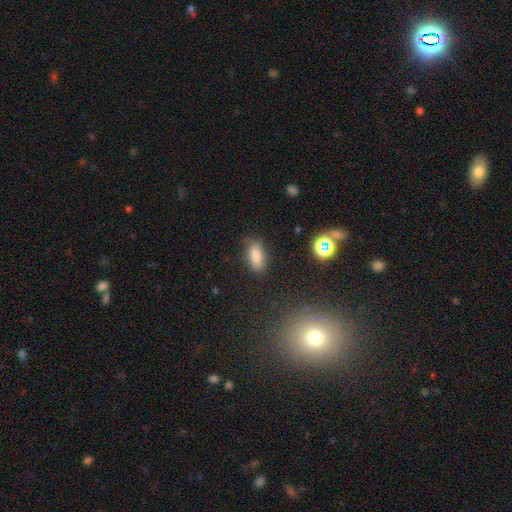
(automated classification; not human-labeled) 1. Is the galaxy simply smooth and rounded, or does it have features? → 78% smooth, 14% star or artifact, 9% featured or disk.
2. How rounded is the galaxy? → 84% in between, 11% cigar-shaped, 5% round.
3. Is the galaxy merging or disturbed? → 80% none, 14% minor disturbance, 4% major disturbance, 2% merger.